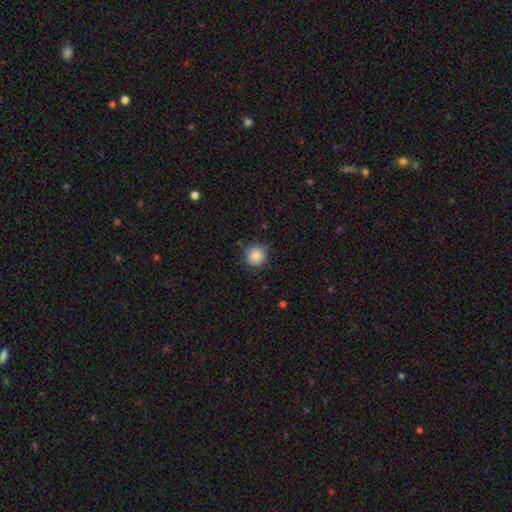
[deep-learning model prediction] Overall: smooth (87%). How rounded: round (93%). Merging: none (84%).